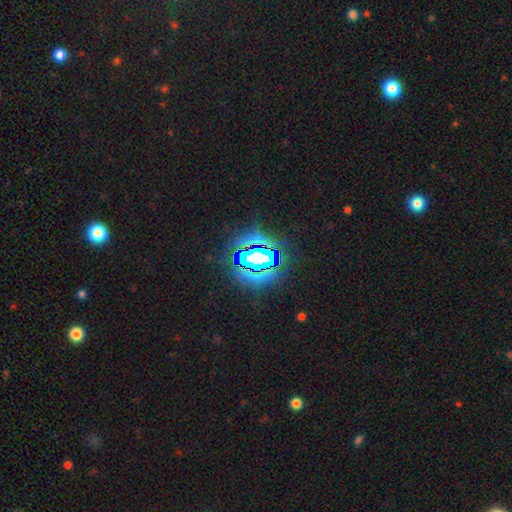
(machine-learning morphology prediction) Overall: star or artifact (85%).